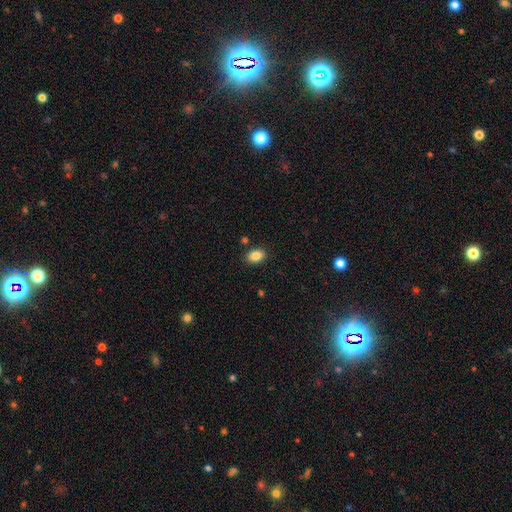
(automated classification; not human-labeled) Q: Smooth or featured?
A: smooth (86%); runner-up: star or artifact (9%)
Q: How rounded?
A: in between (84%); runner-up: round (15%)
Q: Merging?
A: none (87%); runner-up: minor disturbance (9%)